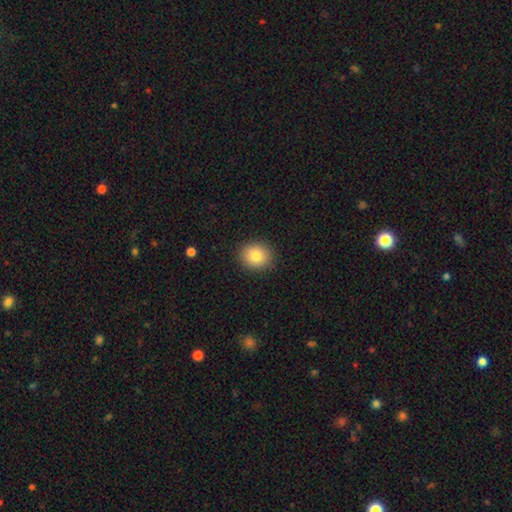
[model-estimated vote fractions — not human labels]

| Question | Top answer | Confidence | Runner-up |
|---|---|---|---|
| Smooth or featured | smooth | 81% | star or artifact (10%) |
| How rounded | round | 74% | in between (25%) |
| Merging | none | 90% | minor disturbance (7%) |